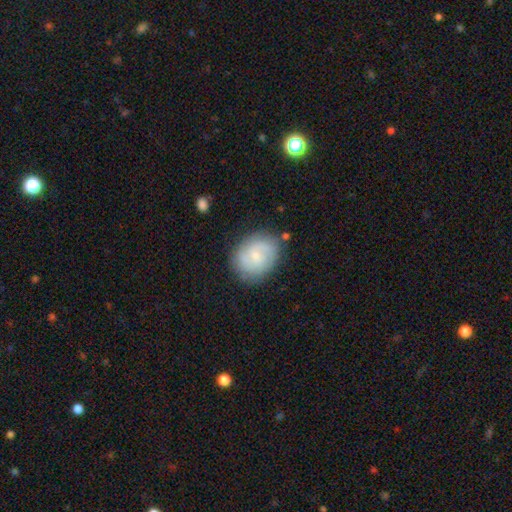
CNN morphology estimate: The model was most divided on "smooth or featured": featured or disk: 53%, smooth: 40%, star or artifact: 7%. More confident: edge-on disk — no (97%); spiral arms — yes (82%); merging — none (78%); bulge size — small (73%); bar — no (63%).